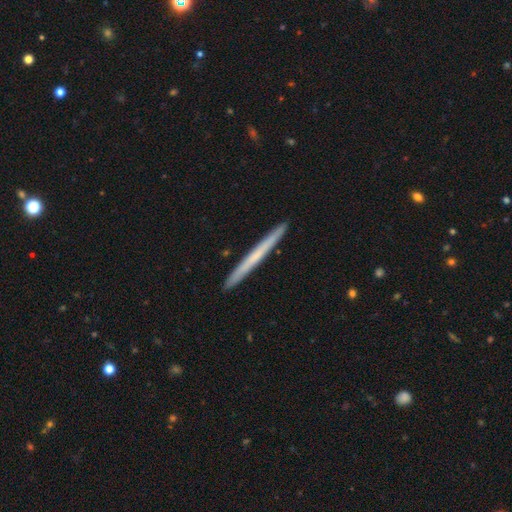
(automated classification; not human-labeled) A smooth galaxy with no disk features (49%). Merging: none (93%).